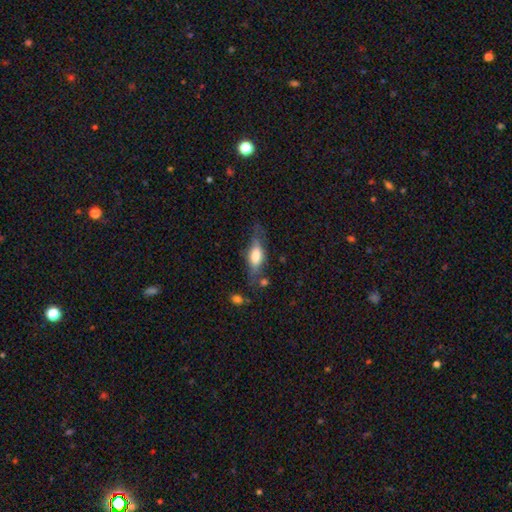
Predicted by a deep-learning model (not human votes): smooth 59%, featured or disk 34%, star or artifact 8%. Down the decision tree: how rounded — in between (68%); merging — none (57%).